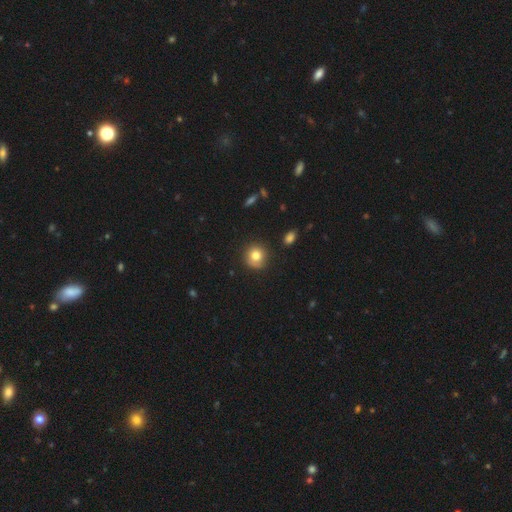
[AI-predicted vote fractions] A smooth galaxy with no disk features (79%) that is round (90%).

Vote fractions:
- Smooth or featured? smooth: 79% / featured or disk: 11% / star or artifact: 10%
- How rounded? round: 90% / in between: 9% / cigar-shaped: 1%
- Merging? none: 77% / minor disturbance: 16% / major disturbance: 4% / merger: 2%